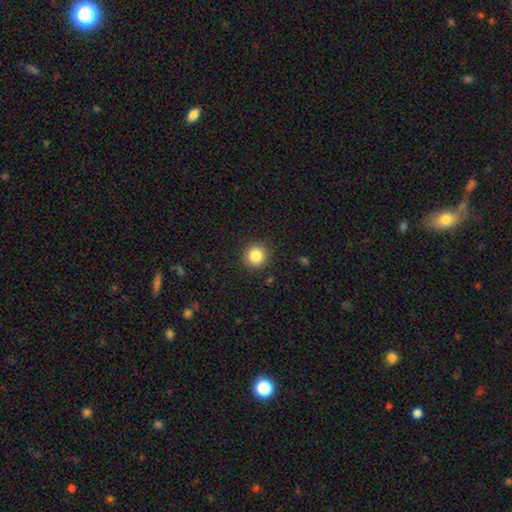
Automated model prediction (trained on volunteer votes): Smooth or featured? smooth (85%)
How rounded? round (92%)
Merging? none (91%)